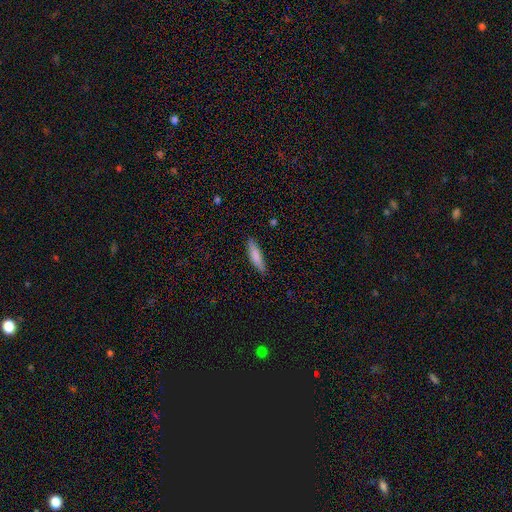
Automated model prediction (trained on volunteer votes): Smooth or featured? Predicted: smooth (p=0.81). How rounded? Predicted: cigar-shaped (p=0.73). Merging? Predicted: none (p=0.86).